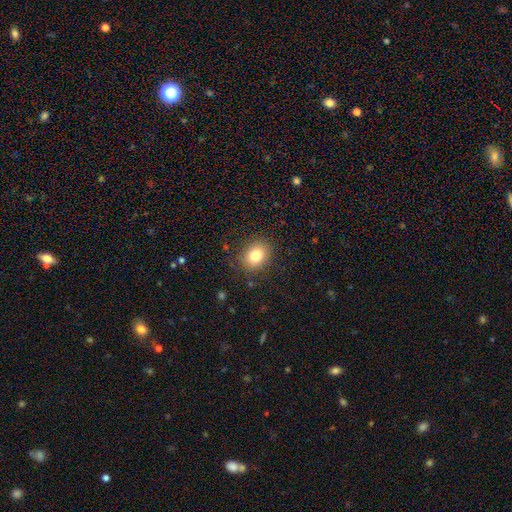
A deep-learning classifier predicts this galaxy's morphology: Smooth or featured: smooth — 81% (star or artifact — 10%)
How rounded: in between — 50% (round — 49%)
Merging: none — 84% (minor disturbance — 11%)